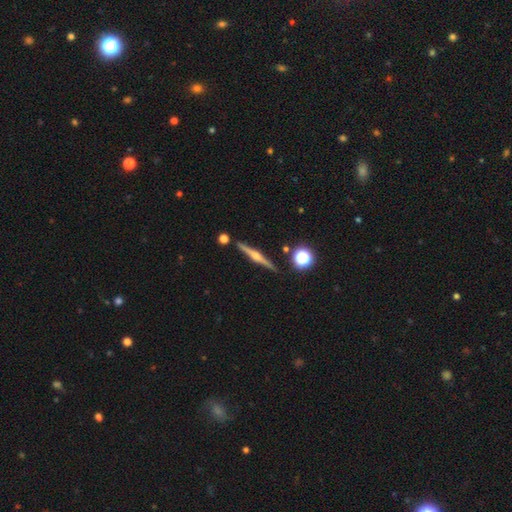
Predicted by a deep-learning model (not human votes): Morphology: type=featured or disk (77%); edge-on=yes (98%); edge-on bulge=rounded (87%); merging=none (90%).